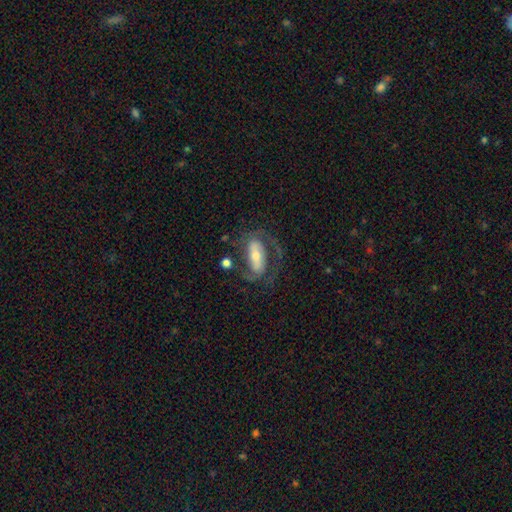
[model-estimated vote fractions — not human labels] featured or disk 72%, smooth 18%, star or artifact 9%. Down the decision tree: edge-on disk — no (90%); bar — strong (37%); spiral arms — yes (83%); spiral arm count — 2 (69%); spiral winding — medium (45%); bulge size — moderate (45%); merging — none (59%).